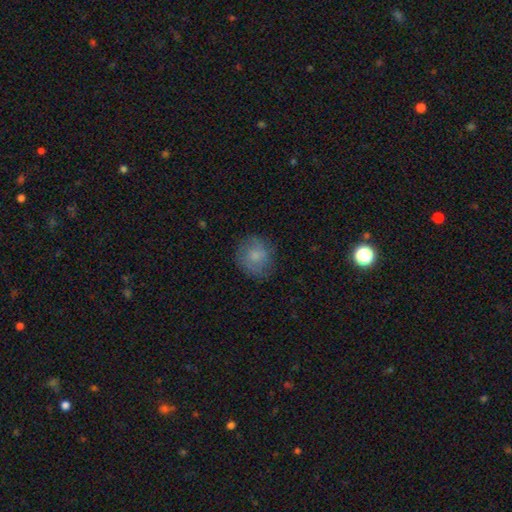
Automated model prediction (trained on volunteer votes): Q: Smooth or featured?
A: smooth (75%); runner-up: featured or disk (17%)
Q: How rounded?
A: round (85%); runner-up: in between (14%)
Q: Merging?
A: none (77%); runner-up: minor disturbance (17%)